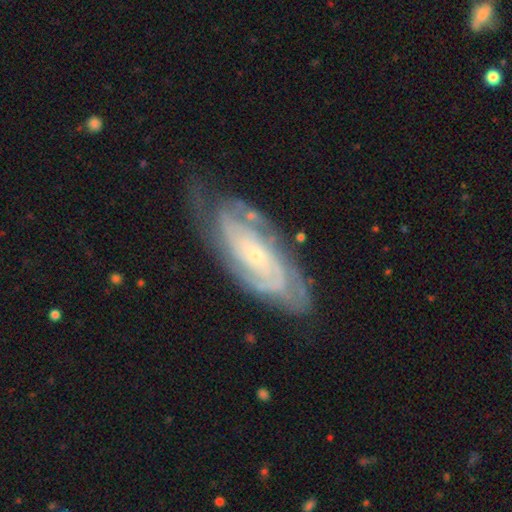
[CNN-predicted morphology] featured or disk 86%, smooth 8%, star or artifact 6%. Down the decision tree: edge-on disk — no (92%); bar — no (71%); spiral arms — yes (96%); spiral arm count — can't tell (32%); spiral winding — tight (72%); bulge size — small (80%); merging — none (71%).